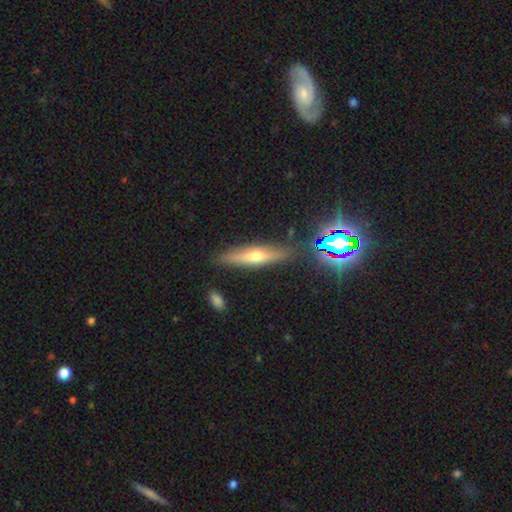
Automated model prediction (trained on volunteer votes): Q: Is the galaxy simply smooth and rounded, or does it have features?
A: featured or disk — 48%.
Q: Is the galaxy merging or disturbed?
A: none — 86%.